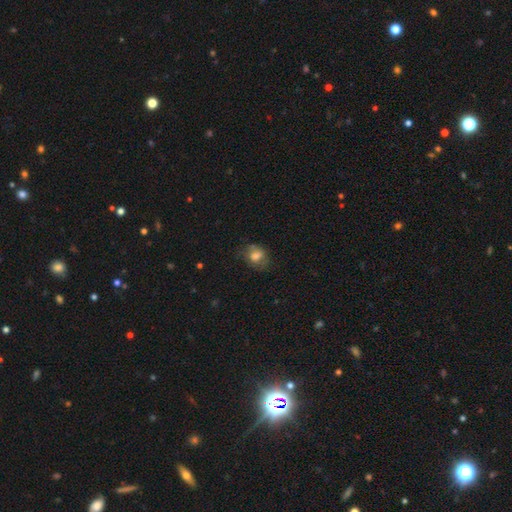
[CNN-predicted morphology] A smooth galaxy with no disk features (68%) that is in between round and cigar-shaped (52%).

Vote fractions:
- Smooth or featured? smooth: 68% / featured or disk: 22% / star or artifact: 10%
- How rounded? in between: 52% / round: 47% / cigar-shaped: 1%
- Merging? none: 55% / minor disturbance: 26% / major disturbance: 15% / merger: 4%